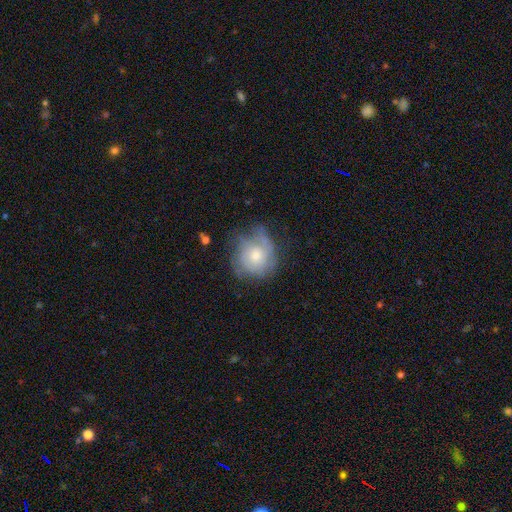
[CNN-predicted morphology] type=featured or disk (51%); edge-on=no (97%); merging=none (55%).